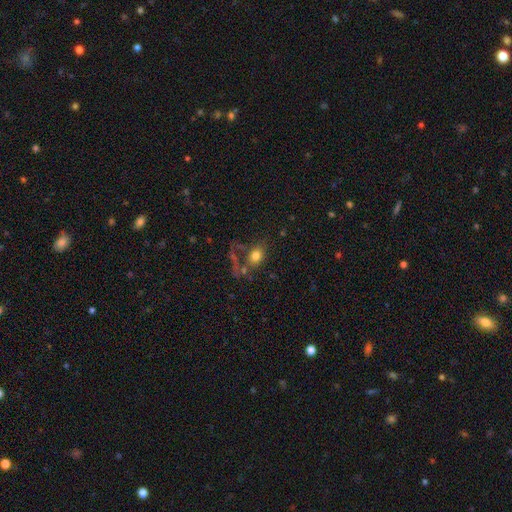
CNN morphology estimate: Smooth or featured?
  - smooth: 72% *
  - featured or disk: 15%
  - star or artifact: 13%
How rounded?
  - in between: 58% *
  - round: 40%
  - cigar-shaped: 2%
Merging?
  - none: 48% *
  - merger: 18%
  - major disturbance: 18%
  - minor disturbance: 16%